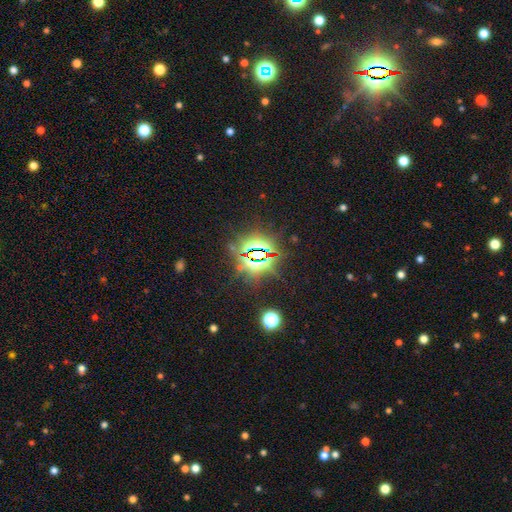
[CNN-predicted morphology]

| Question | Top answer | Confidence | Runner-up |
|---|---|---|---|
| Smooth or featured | star or artifact | 81% | smooth (10%) |